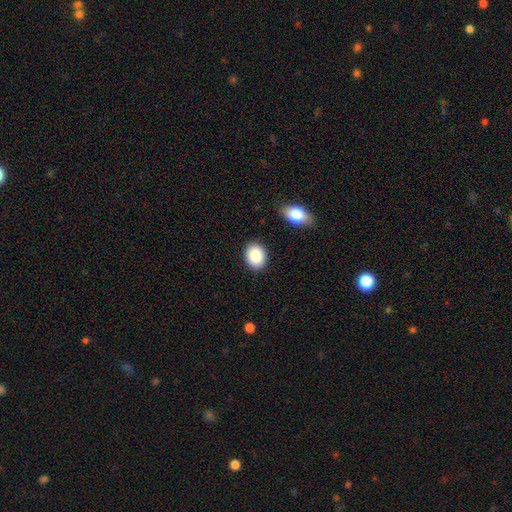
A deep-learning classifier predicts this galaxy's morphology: Smooth or featured?
  - smooth: 87% *
  - star or artifact: 7%
  - featured or disk: 6%
How rounded?
  - in between: 65% *
  - round: 34%
  - cigar-shaped: 1%
Merging?
  - none: 87% *
  - minor disturbance: 8%
  - merger: 2%
  - major disturbance: 2%